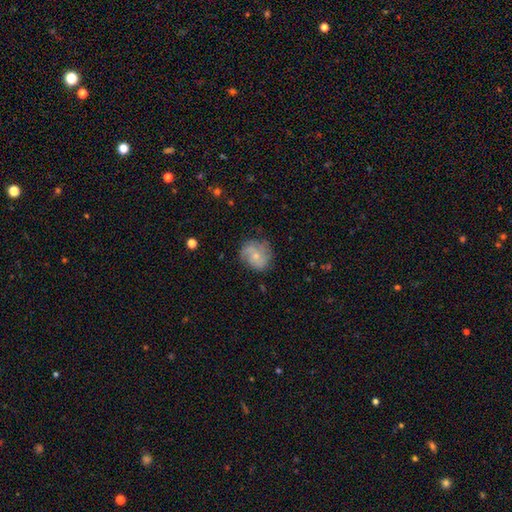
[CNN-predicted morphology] Q: Smooth or featured?
A: featured or disk (51%); runner-up: smooth (41%)
Q: Edge-on disk?
A: no (97%); runner-up: yes (3%)
Q: Merging?
A: none (67%); runner-up: minor disturbance (23%)